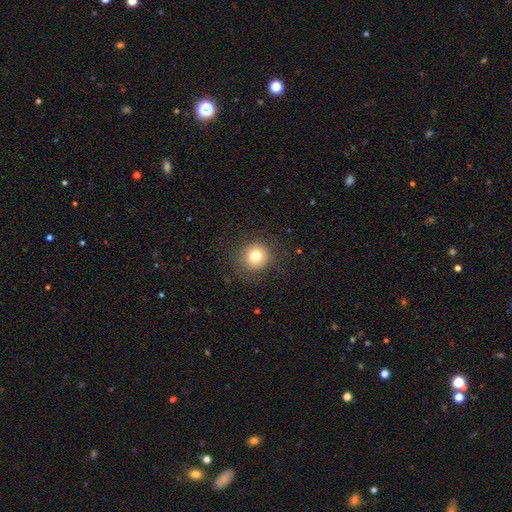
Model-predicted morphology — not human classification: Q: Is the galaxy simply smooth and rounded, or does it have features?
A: smooth — 77%.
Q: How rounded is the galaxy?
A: round — 94%.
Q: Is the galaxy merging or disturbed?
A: none — 86%.